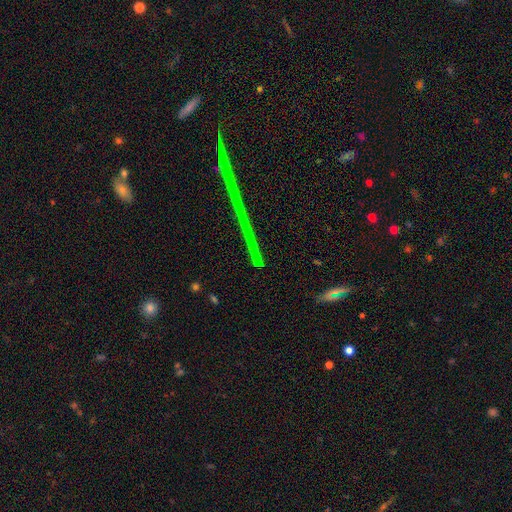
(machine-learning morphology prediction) This appears to be a star or artifact, not a galaxy (78%).